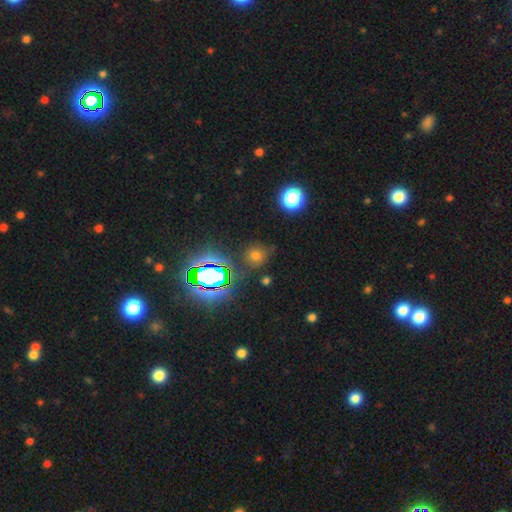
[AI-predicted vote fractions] Q: Smooth or featured?
A: smooth (57%); runner-up: star or artifact (34%)
Q: How rounded?
A: round (83%); runner-up: in between (15%)
Q: Merging?
A: none (77%); runner-up: minor disturbance (14%)